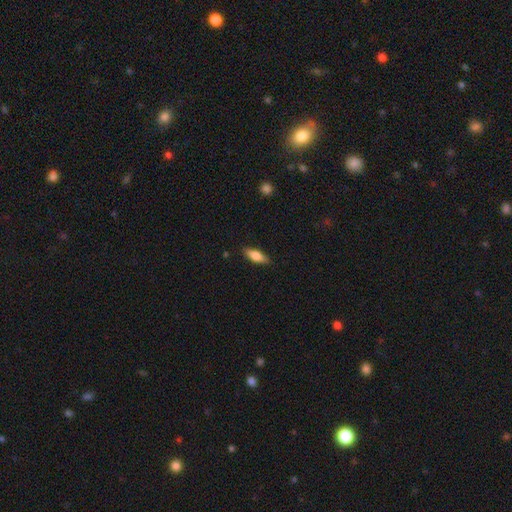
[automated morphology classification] Smooth or featured: smooth — 77% (featured or disk — 16%)
How rounded: in between — 69% (cigar-shaped — 29%)
Merging: none — 86% (minor disturbance — 11%)